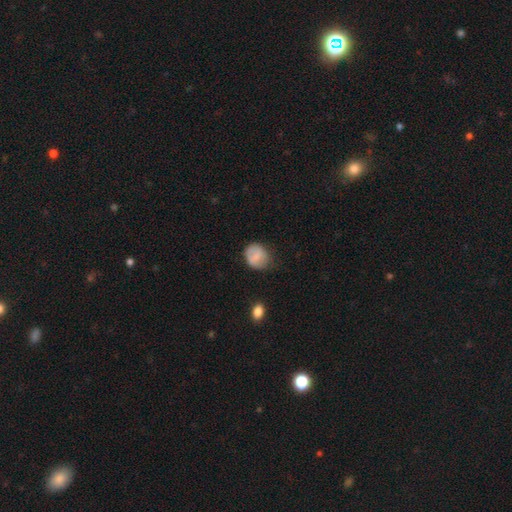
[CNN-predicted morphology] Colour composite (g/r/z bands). It shows a smooth galaxy with no disk features (73%) that is round (64%). Merging: none (63%).